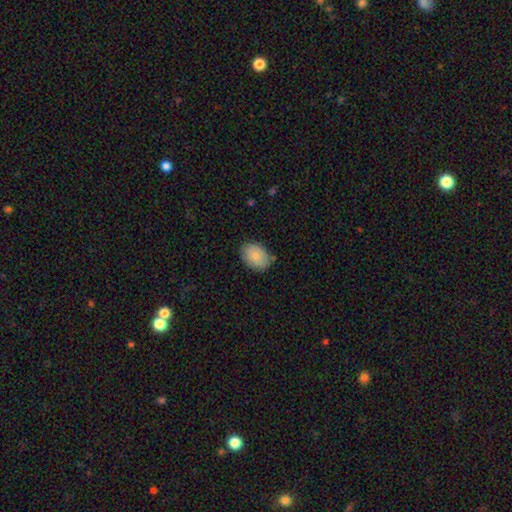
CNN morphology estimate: smooth_or_featured: smooth (p=0.81) [alt: featured or disk p=0.12]
how_rounded: in between (p=0.79) [alt: round p=0.20]
merging: none (p=0.78) [alt: minor disturbance p=0.17]